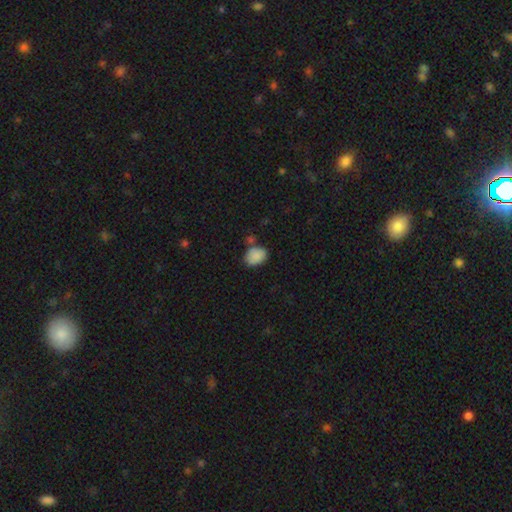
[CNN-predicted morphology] Q: Smooth or featured?
A: smooth (87%); runner-up: star or artifact (9%)
Q: How rounded?
A: in between (73%); runner-up: round (26%)
Q: Merging?
A: none (63%); runner-up: minor disturbance (19%)